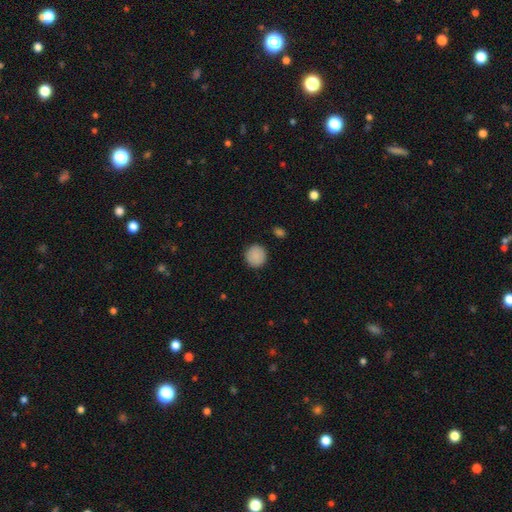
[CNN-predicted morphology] smooth_or_featured: smooth (p=0.89) [alt: star or artifact p=0.08]
how_rounded: round (p=0.92) [alt: in between p=0.07]
merging: none (p=0.90) [alt: minor disturbance p=0.07]